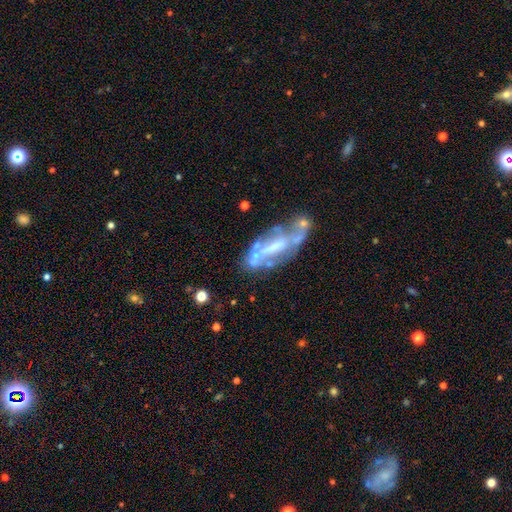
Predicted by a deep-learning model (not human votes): This appears to be a featured or disk galaxy (62%) with no bar (46%), no spiral arms (78%) and no central bulge (45%). Merging: merger (32%).